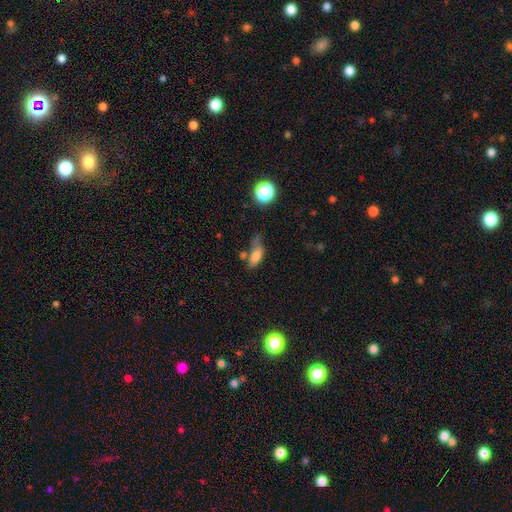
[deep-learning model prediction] A smooth galaxy with no disk features (75%) that is in between round and cigar-shaped (78%).

Vote fractions:
- Smooth or featured? smooth: 75% / featured or disk: 14% / star or artifact: 11%
- How rounded? in between: 78% / cigar-shaped: 17% / round: 5%
- Merging? none: 38% / minor disturbance: 29% / major disturbance: 17% / merger: 16%